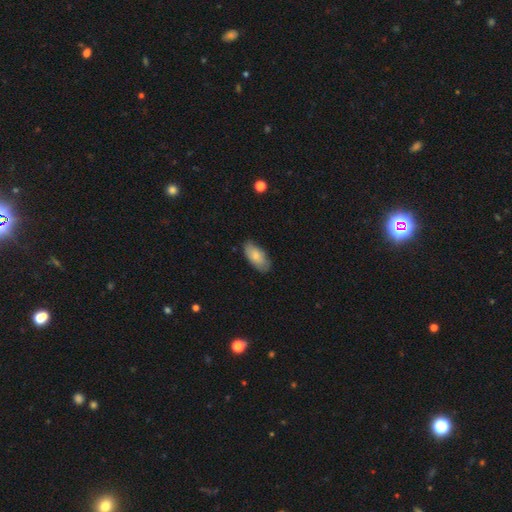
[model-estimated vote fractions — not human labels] Smooth or featured? smooth (79%)
How rounded? in between (92%)
Merging? none (77%)